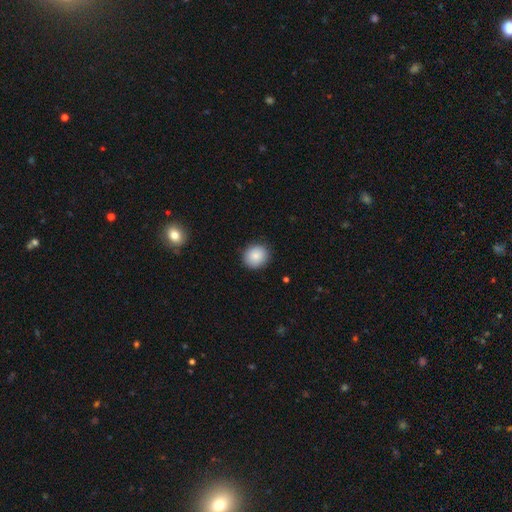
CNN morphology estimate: The model was most divided on "how rounded": round: 82%, in between: 17%, cigar-shaped: 1%. More confident: merging — none (90%); smooth or featured — smooth (86%).